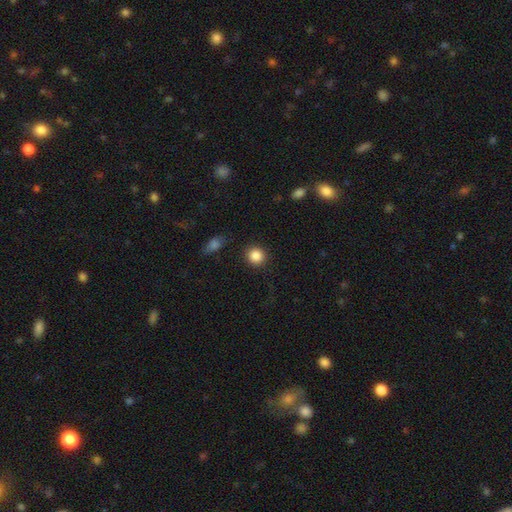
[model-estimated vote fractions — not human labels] This appears to be a smooth galaxy with no disk features (86%) that is round (89%). Merging: none (89%).